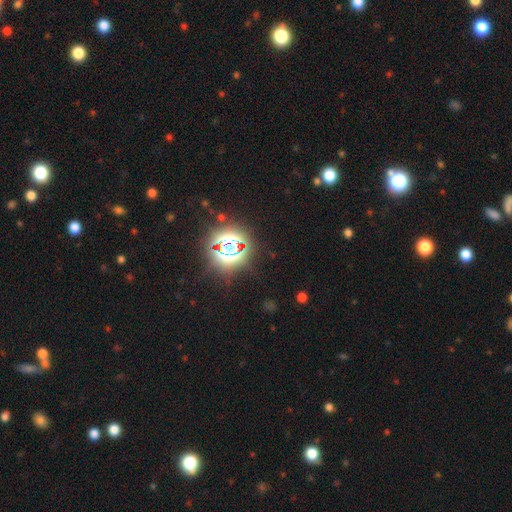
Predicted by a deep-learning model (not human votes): Q: Smooth or featured?
A: star or artifact (82%); runner-up: smooth (12%)